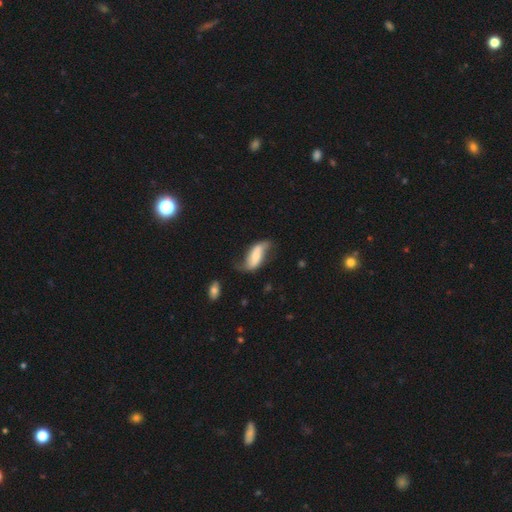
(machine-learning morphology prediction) This appears to be a featured or disk galaxy (58%) with a strong bar (37%), spiral arms (85%) and a small central bulge (39%). Merging: none (51%).